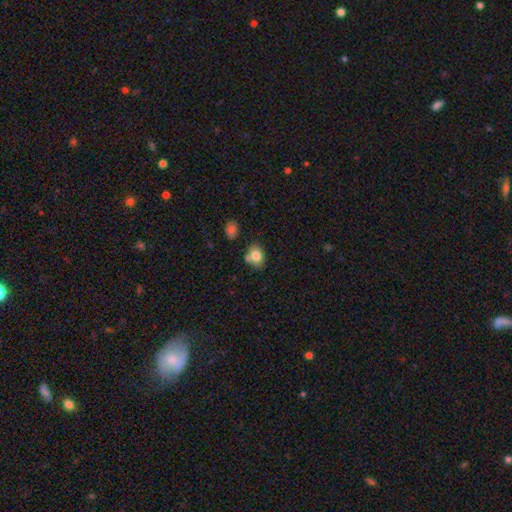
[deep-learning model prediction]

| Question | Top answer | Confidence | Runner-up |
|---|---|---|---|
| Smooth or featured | smooth | 80% | featured or disk (11%) |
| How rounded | in between | 54% | round (45%) |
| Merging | none | 61% | minor disturbance (20%) |